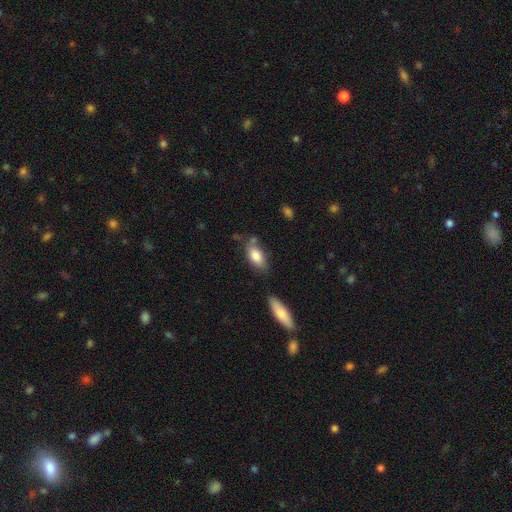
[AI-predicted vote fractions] smooth-or-featured: smooth: 83% | featured or disk: 11% | star or artifact: 7%
  how-rounded: in between: 88% | cigar-shaped: 8% | round: 4%
  merging: none: 63% | minor disturbance: 21% | merger: 11% | major disturbance: 5%